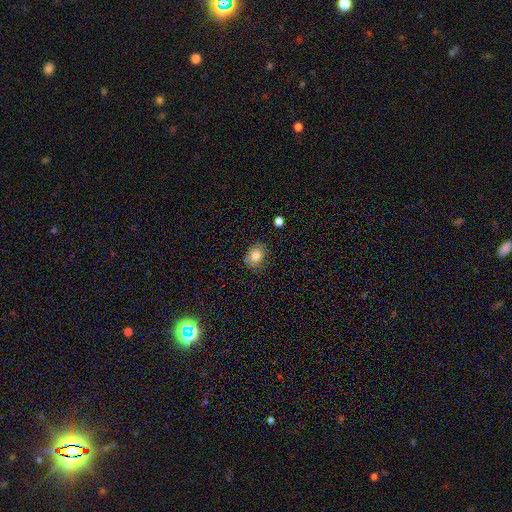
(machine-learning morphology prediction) A smooth galaxy with no disk features (79%) that is round (53%).

Vote fractions:
- Smooth or featured? smooth: 79% / featured or disk: 11% / star or artifact: 10%
- How rounded? round: 53% / in between: 46% / cigar-shaped: 1%
- Merging? none: 78% / minor disturbance: 17% / major disturbance: 3% / merger: 2%